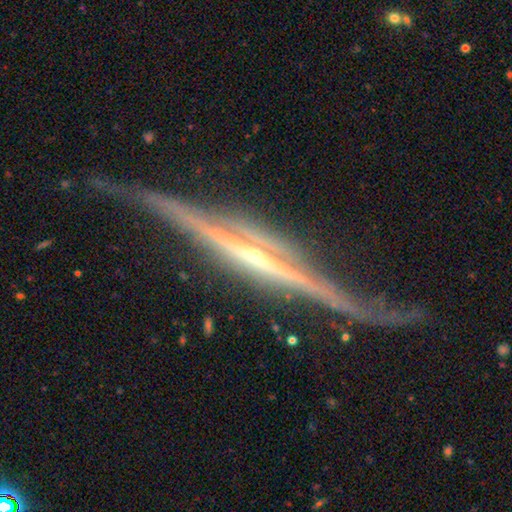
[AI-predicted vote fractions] A featured or disk galaxy (86%) viewed edge-on (96%) with a rounded central bulge (52%). Merging: none (81%).